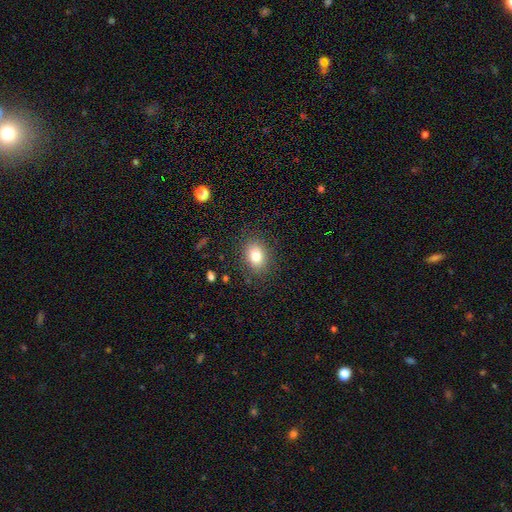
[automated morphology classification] smooth-or-featured: smooth: 80% | star or artifact: 11% | featured or disk: 10%
  how-rounded: in between: 64% | round: 35% | cigar-shaped: 1%
  merging: none: 86% | minor disturbance: 10% | major disturbance: 3% | merger: 1%